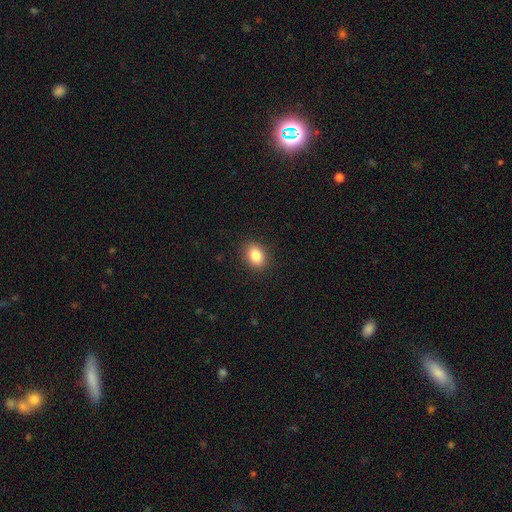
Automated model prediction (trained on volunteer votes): Smooth or featured: smooth — 85% (star or artifact — 9%)
How rounded: in between — 65% (round — 34%)
Merging: none — 88% (minor disturbance — 8%)